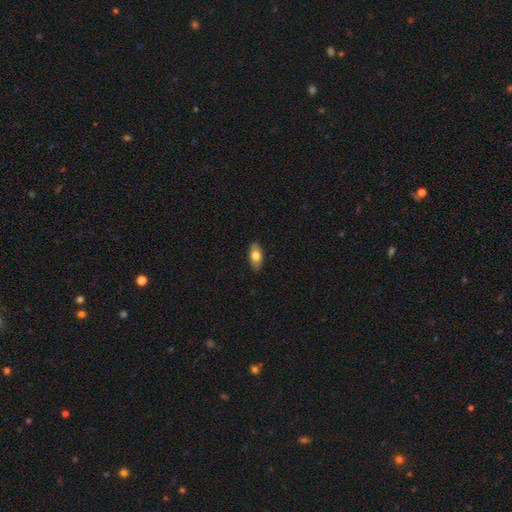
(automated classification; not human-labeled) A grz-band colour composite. It shows a smooth galaxy with no disk features (73%) that is in between round and cigar-shaped (91%). Merging: none (86%).